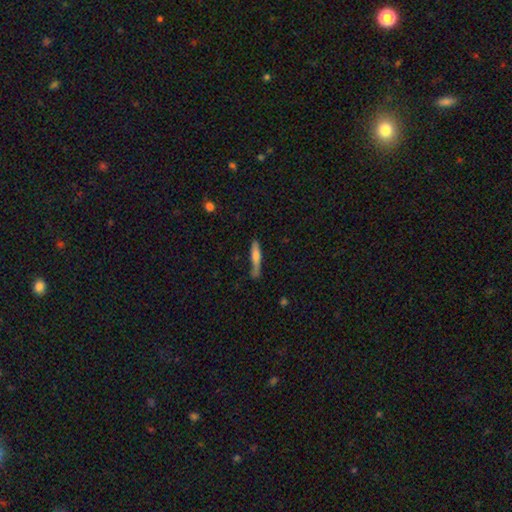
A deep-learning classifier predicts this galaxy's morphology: type=smooth (62%); roundness=cigar-shaped (89%); merging=none (61%).